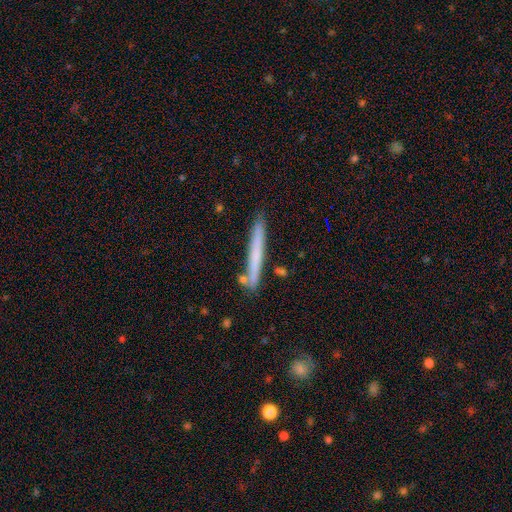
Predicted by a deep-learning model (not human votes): This is possibly a smooth galaxy (59%). How rounded: clearly cigar-shaped (97%). Merging: clearly none (84%).